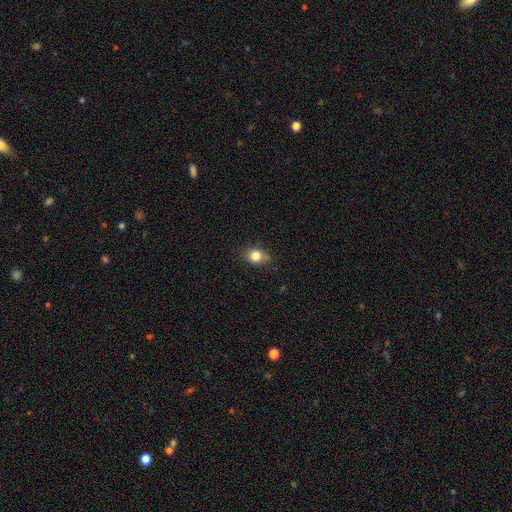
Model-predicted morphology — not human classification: smooth_or_featured: smooth (p=0.81) [alt: star or artifact p=0.10]
how_rounded: round (p=0.57) [alt: in between p=0.42]
merging: none (p=0.72) [alt: minor disturbance p=0.21]